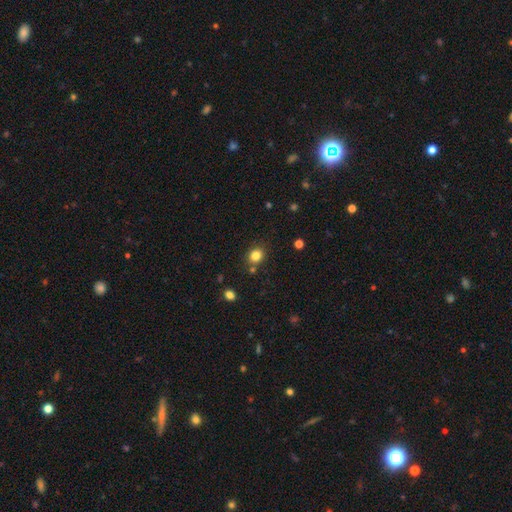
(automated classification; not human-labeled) Smooth or featured? Predicted: smooth (p=0.82). How rounded? Predicted: round (p=0.75). Merging? Predicted: none (p=0.81).